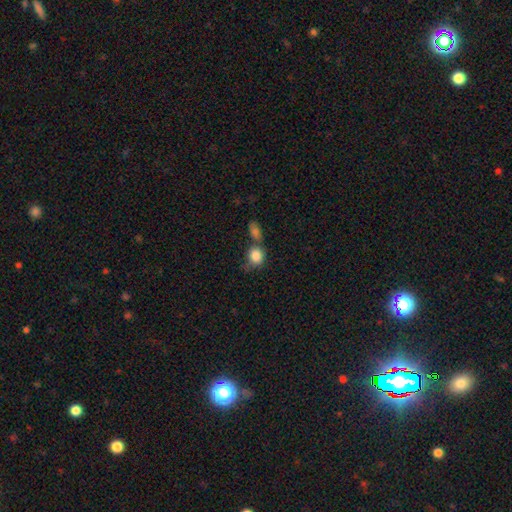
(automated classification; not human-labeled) A smooth galaxy with no disk features (85%) that is round (68%). Merging: none (41%).